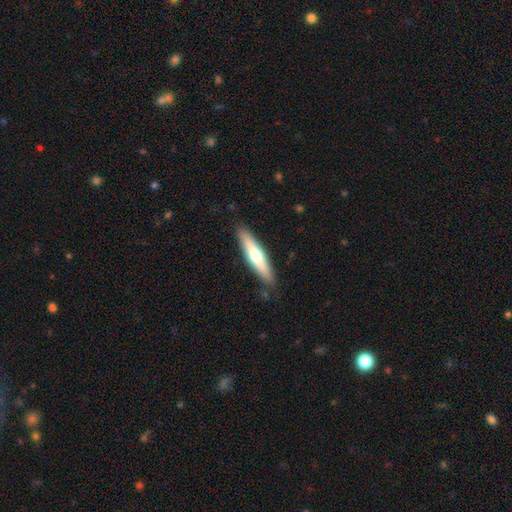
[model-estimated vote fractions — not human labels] This appears to be a smooth galaxy with no disk features (49%). Merging: none (87%).